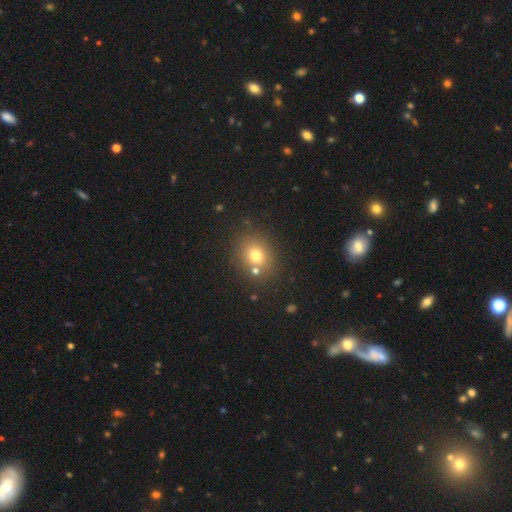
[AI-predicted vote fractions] This appears to be a smooth galaxy with no disk features (74%) that is round (65%). Merging: none (75%).